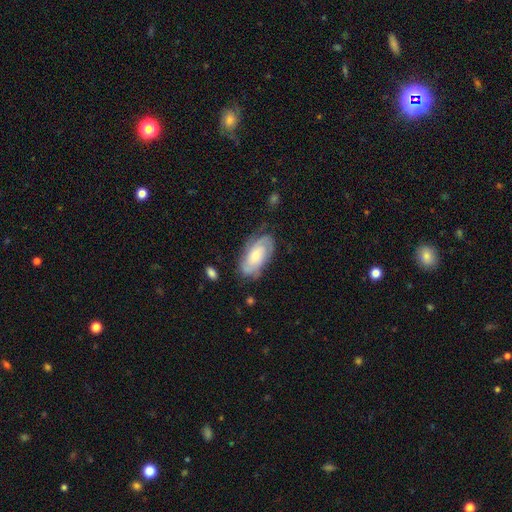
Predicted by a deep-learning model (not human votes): featured or disk 62%, smooth 32%, star or artifact 6%. Down the decision tree: edge-on disk — no (93%); bar — no (71%); spiral arms — yes (86%); bulge size — moderate (45%); merging — none (66%).